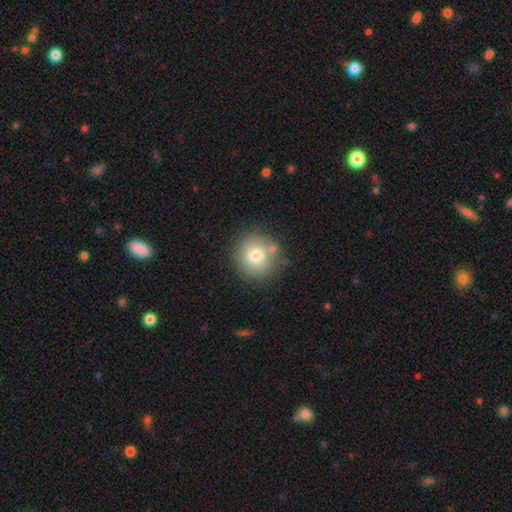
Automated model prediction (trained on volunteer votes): A smooth galaxy with no disk features (77%) that is round (89%). Merging: none (75%).